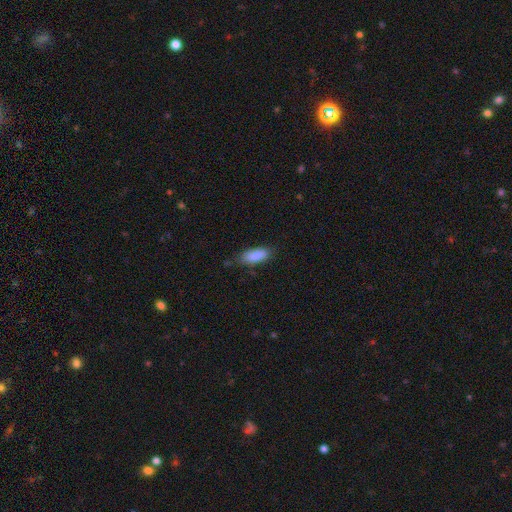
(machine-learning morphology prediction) The model was most divided on "how rounded": in between: 77%, cigar-shaped: 22%, round: 2%. More confident: smooth or featured — smooth (87%); merging — none (75%).